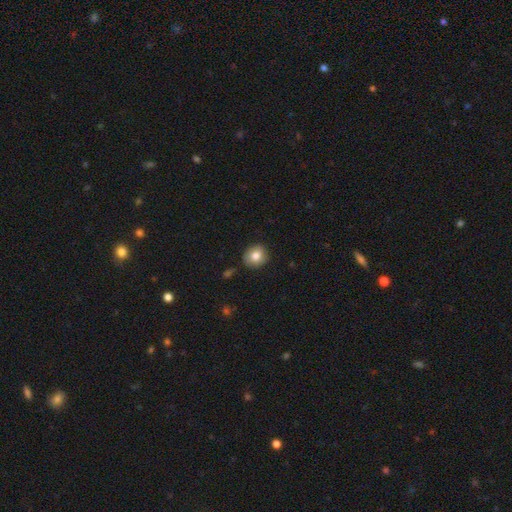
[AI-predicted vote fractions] A smooth galaxy with no disk features (81%) that is round (85%). Merging: none (85%).